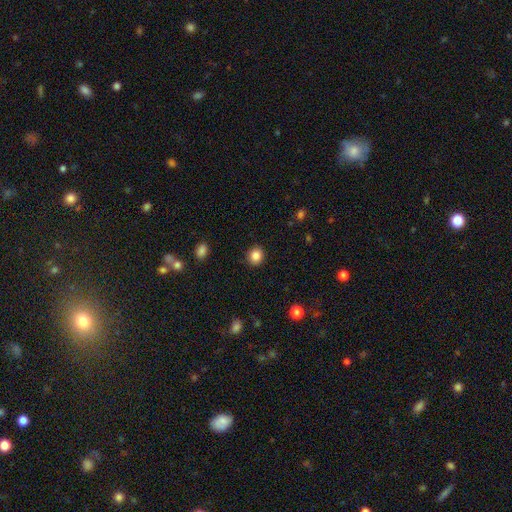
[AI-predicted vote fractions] smooth_or_featured: smooth (p=0.86) [alt: star or artifact p=0.10]
how_rounded: round (p=0.83) [alt: in between p=0.16]
merging: none (p=0.90) [alt: minor disturbance p=0.06]